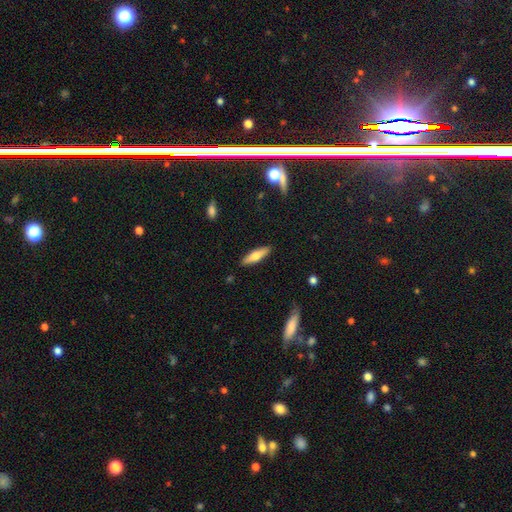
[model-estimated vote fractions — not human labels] smooth_or_featured: smooth (p=0.62) [alt: featured or disk p=0.32]
how_rounded: cigar-shaped (p=0.64) [alt: in between p=0.34]
merging: none (p=0.88) [alt: minor disturbance p=0.09]